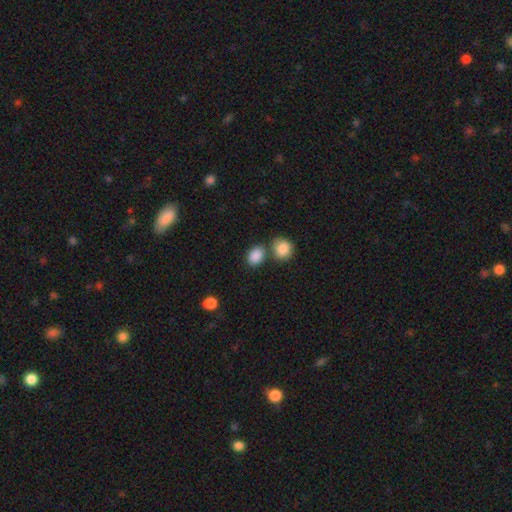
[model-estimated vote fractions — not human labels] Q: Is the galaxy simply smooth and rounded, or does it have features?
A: smooth — 88%.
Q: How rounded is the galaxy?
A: in between — 72%.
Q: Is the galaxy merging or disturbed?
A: none — 60%.